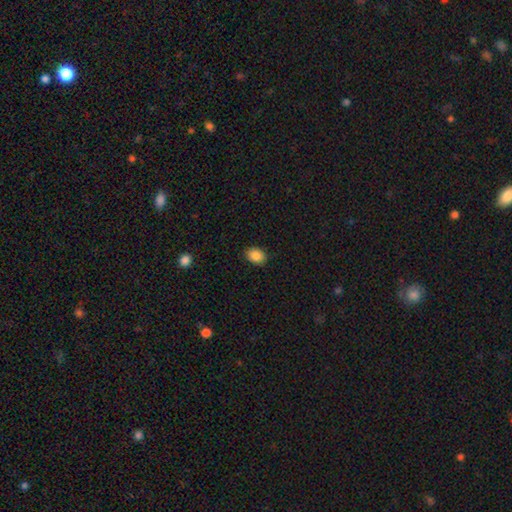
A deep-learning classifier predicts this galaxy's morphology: A smooth galaxy with no disk features (88%) that is in between round and cigar-shaped (67%).

Vote fractions:
- Smooth or featured? smooth: 88% / star or artifact: 8% / featured or disk: 4%
- How rounded? in between: 67% / round: 32% / cigar-shaped: 1%
- Merging? none: 88% / minor disturbance: 8% / major disturbance: 2% / merger: 1%